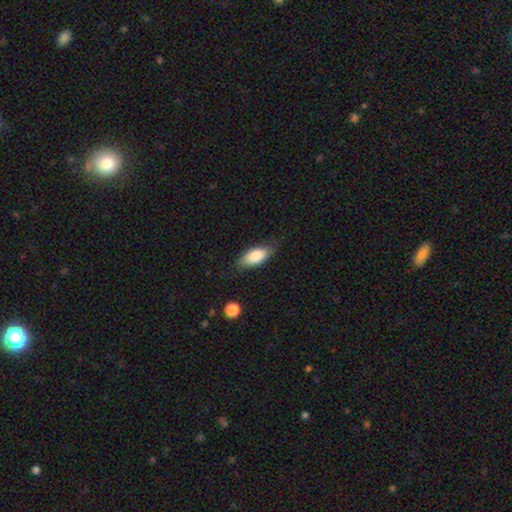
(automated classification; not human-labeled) The model was most divided on "merging": none: 71%, minor disturbance: 22%, major disturbance: 5%, merger: 2%. More confident: how rounded — in between (86%); smooth or featured — smooth (82%).